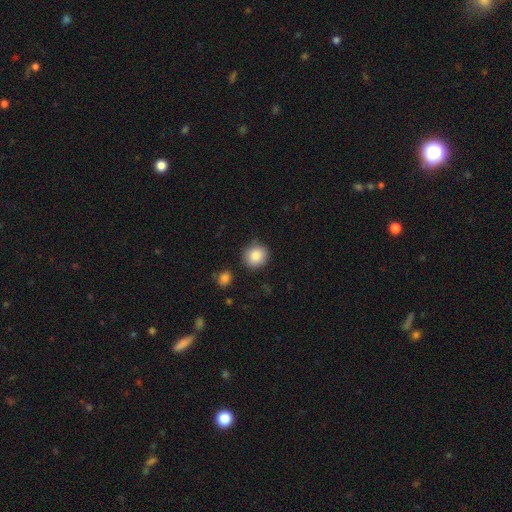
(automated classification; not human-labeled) smooth_or_featured: smooth (p=0.86) [alt: star or artifact p=0.08]
how_rounded: round (p=0.86) [alt: in between p=0.13]
merging: none (p=0.85) [alt: minor disturbance p=0.10]